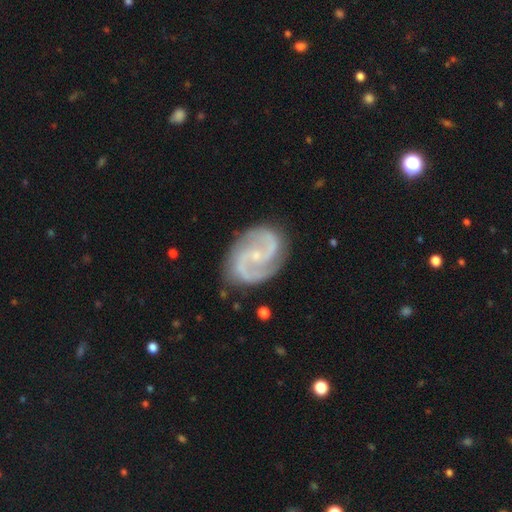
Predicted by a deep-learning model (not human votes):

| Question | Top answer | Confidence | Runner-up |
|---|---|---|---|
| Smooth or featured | featured or disk | 91% | star or artifact (4%) |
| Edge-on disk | no | 98% | yes (2%) |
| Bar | no | 51% | weak (36%) |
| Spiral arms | yes | 98% | no (2%) |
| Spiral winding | medium | 56% | tight (24%) |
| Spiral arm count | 2 | 92% | 3 (2%) |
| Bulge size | small | 78% | moderate (16%) |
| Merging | none | 85% | minor disturbance (11%) |